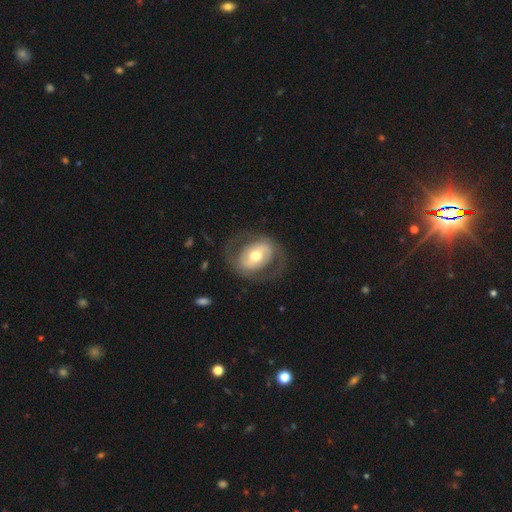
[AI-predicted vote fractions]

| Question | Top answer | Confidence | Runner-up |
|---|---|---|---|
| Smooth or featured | featured or disk | 64% | smooth (31%) |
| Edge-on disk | no | 95% | yes (5%) |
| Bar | no | 39% | weak (31%) |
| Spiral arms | no | 55% | yes (45%) |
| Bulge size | moderate | 72% | large (15%) |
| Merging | none | 72% | major disturbance (13%) |